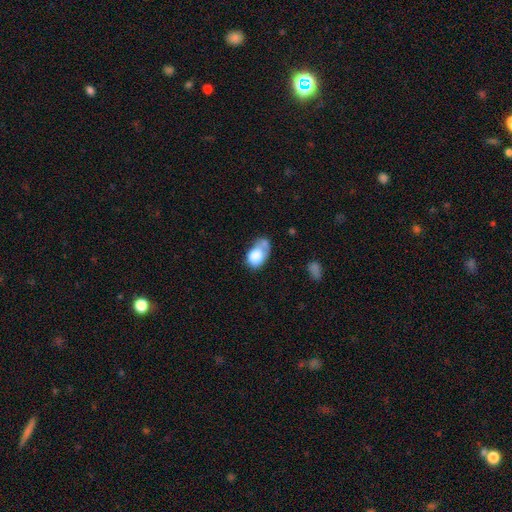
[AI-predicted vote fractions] A smooth galaxy with no disk features (76%) that is in between round and cigar-shaped (81%).

Vote fractions:
- Smooth or featured? smooth: 76% / featured or disk: 16% / star or artifact: 8%
- How rounded? in between: 81% / round: 18% / cigar-shaped: 1%
- Merging? none: 29% / merger: 28% / minor disturbance: 24% / major disturbance: 19%